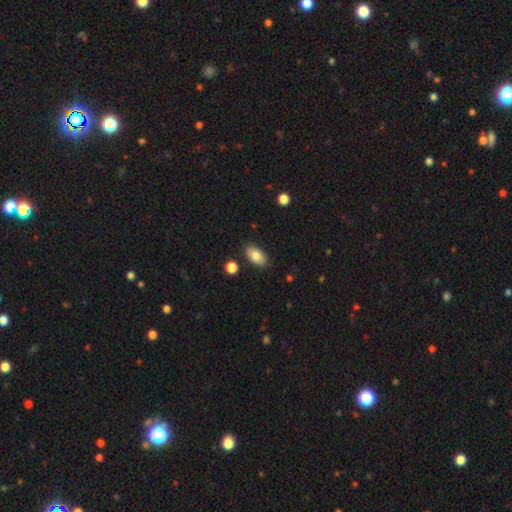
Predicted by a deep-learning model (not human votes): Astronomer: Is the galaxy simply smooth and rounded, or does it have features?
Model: smooth — 83%.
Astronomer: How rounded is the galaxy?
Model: in between — 93%.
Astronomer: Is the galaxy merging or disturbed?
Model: none — 85%.